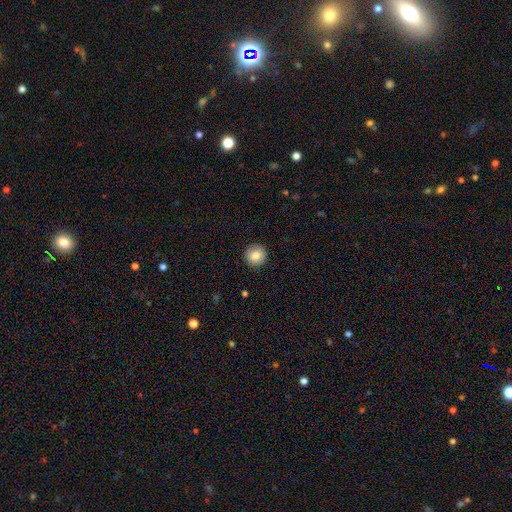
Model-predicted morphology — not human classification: Smooth or featured: smooth — 84% (star or artifact — 8%)
How rounded: round — 95% (in between — 4%)
Merging: none — 91% (minor disturbance — 6%)